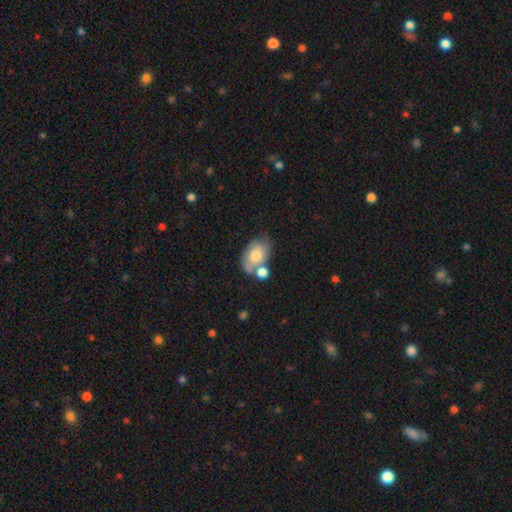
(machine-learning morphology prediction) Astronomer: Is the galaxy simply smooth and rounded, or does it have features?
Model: smooth — 63%.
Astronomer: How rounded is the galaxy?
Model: in between — 84%.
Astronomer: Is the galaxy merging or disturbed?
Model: none — 40% (runner-up: merger, 31%).